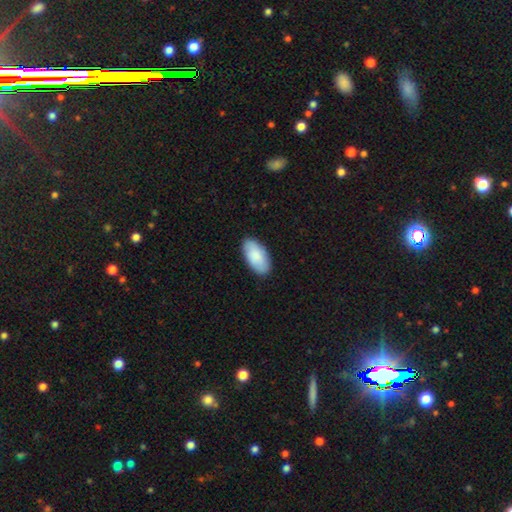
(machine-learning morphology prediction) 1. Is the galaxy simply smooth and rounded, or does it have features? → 86% smooth, 8% featured or disk, 5% star or artifact.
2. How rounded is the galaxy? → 95% in between, 3% cigar-shaped, 2% round.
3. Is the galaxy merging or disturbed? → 87% none, 10% minor disturbance, 2% major disturbance, 1% merger.